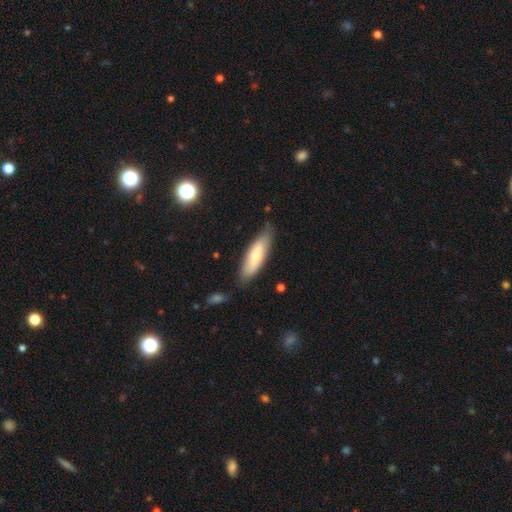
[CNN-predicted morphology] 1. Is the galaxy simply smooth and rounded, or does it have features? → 66% smooth, 29% featured or disk, 5% star or artifact.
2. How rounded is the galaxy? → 50% cigar-shaped, 49% in between, 2% round.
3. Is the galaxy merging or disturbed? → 73% none, 20% minor disturbance, 4% major disturbance, 3% merger.